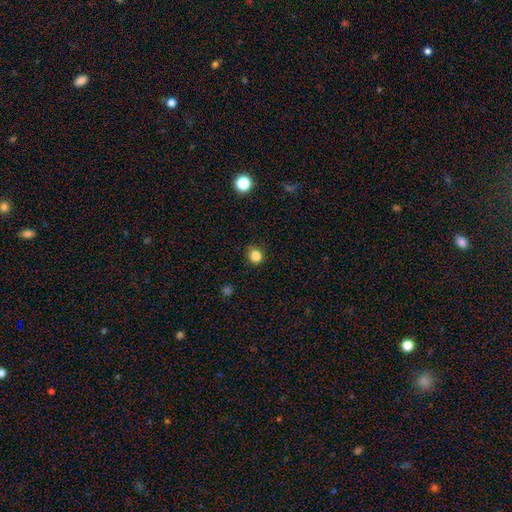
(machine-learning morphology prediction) Q: Smooth or featured?
A: smooth (84%); runner-up: star or artifact (13%)
Q: How rounded?
A: round (81%); runner-up: in between (18%)
Q: Merging?
A: none (82%); runner-up: minor disturbance (13%)